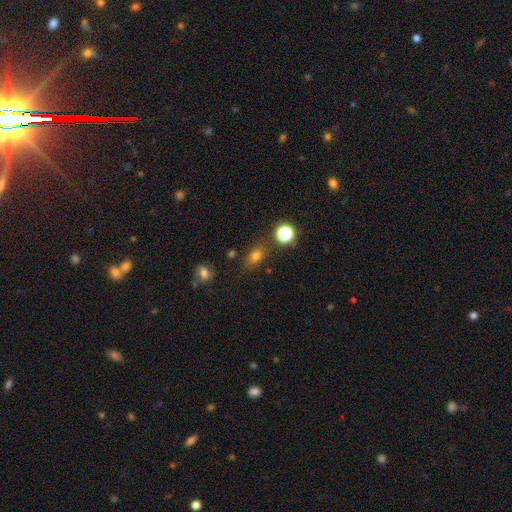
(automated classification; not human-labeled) Smooth or featured? smooth (73%)
How rounded? in between (69%)
Merging? none (76%)